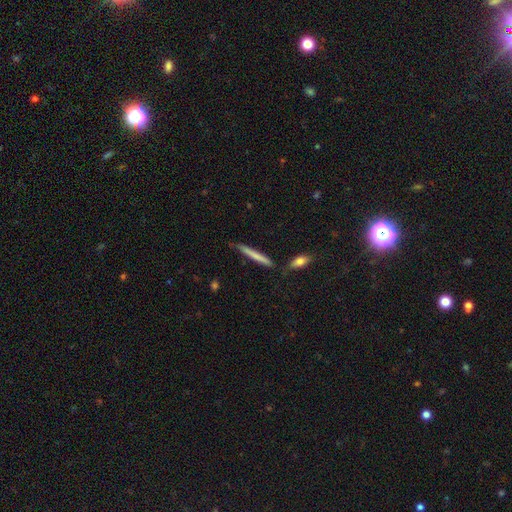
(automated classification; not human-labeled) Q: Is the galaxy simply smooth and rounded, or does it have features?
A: smooth — 66%.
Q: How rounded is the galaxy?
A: cigar-shaped — 96%.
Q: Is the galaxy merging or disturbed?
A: none — 78%.